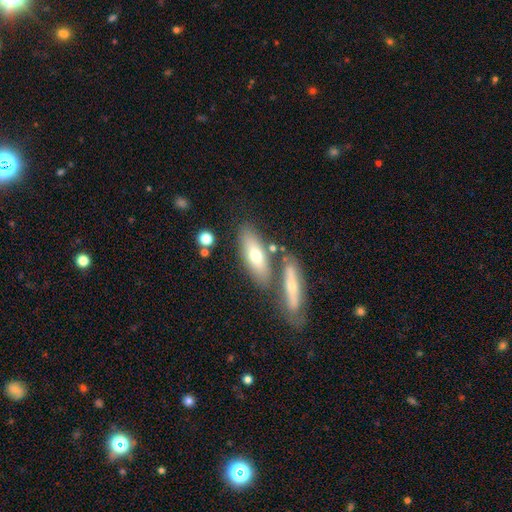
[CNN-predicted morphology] Smooth or featured: smooth — 63% (featured or disk — 30%)
How rounded: in between — 58% (cigar-shaped — 39%)
Merging: none — 63% (merger — 22%)